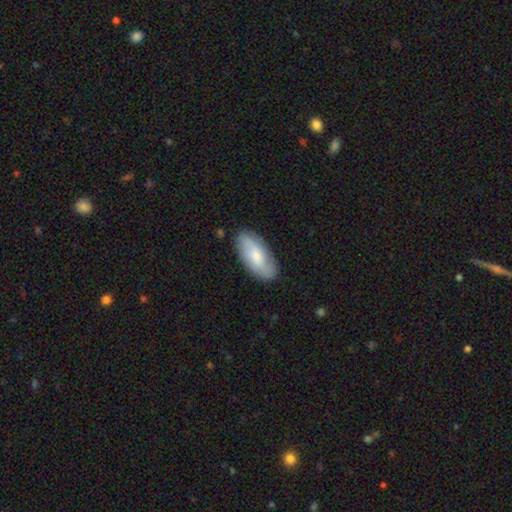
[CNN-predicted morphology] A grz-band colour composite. It shows a smooth galaxy with no disk features (53%) that is in between round and cigar-shaped (88%). Merging: none (82%).